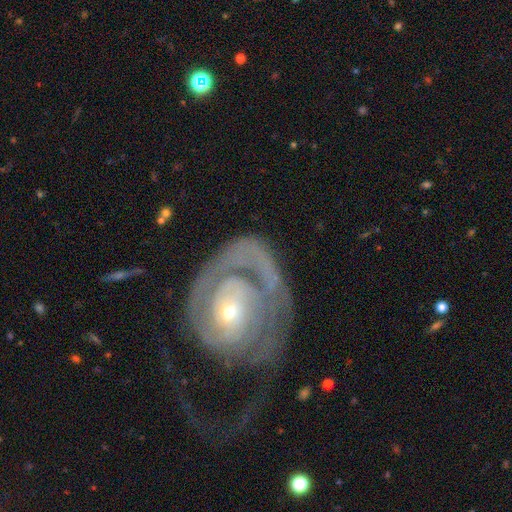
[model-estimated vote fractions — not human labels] featured or disk 79%, smooth 13%, star or artifact 7%. Down the decision tree: edge-on disk — no (96%); bar — no (75%); spiral arms — yes (77%); spiral arm count — can't tell (34%); spiral winding — tight (63%); bulge size — small (64%); merging — major disturbance (42%).